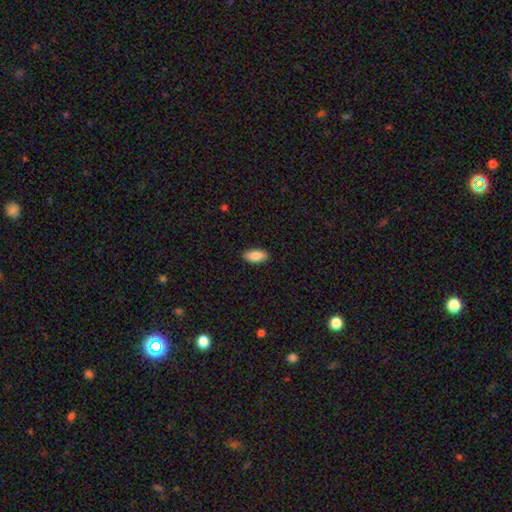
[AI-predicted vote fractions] Overall: smooth (88%). How rounded: in between (89%). Merging: none (89%).